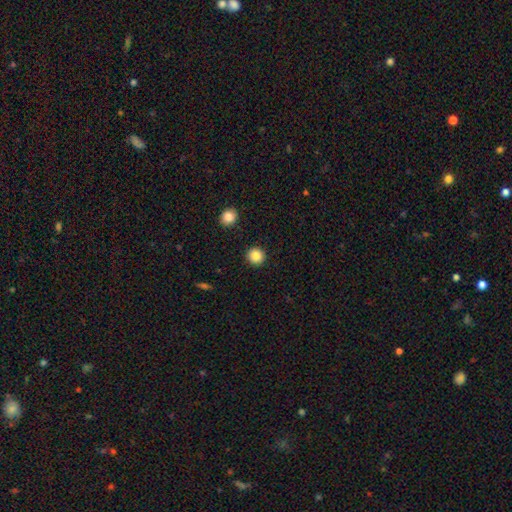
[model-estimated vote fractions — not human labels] A smooth galaxy with no disk features (87%) that is round (94%).

Vote fractions:
- Smooth or featured? smooth: 87% / star or artifact: 9% / featured or disk: 4%
- How rounded? round: 94% / in between: 5% / cigar-shaped: 1%
- Merging? none: 92% / minor disturbance: 5% / major disturbance: 2% / merger: 2%